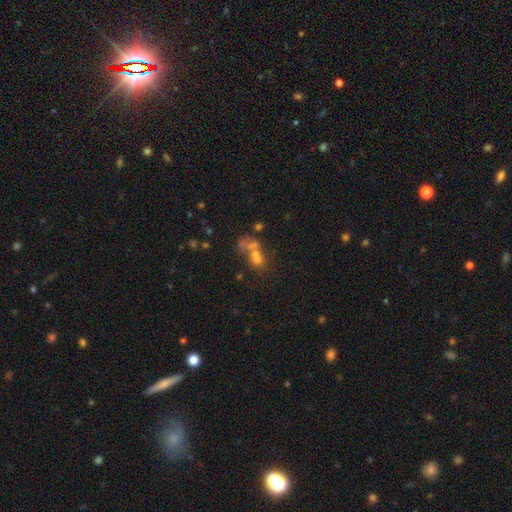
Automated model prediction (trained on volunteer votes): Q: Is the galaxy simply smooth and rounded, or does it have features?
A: smooth — 53%.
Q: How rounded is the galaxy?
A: in between — 59%.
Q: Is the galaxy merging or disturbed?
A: merger — 56%.